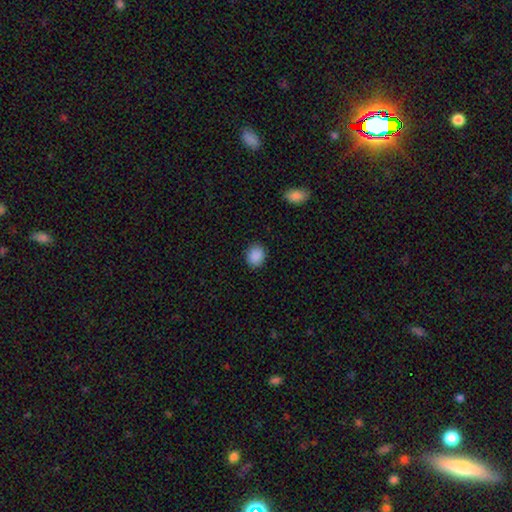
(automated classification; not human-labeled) smooth 89%, star or artifact 8%, featured or disk 3%. Down the decision tree: how rounded — round (62%); merging — none (89%).